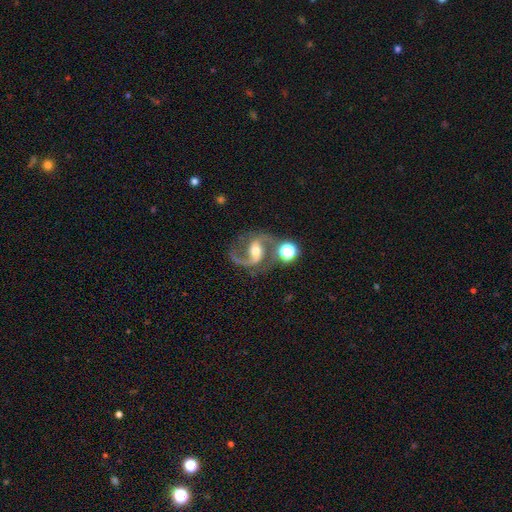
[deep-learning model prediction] Smooth or featured? featured or disk (89%)
Edge-on disk? no (98%)
Bar? weak (39%)
Spiral arms? yes (97%)
Spiral winding? medium (55%)
Spiral arm count? 2 (92%)
Bulge size? moderate (65%)
Merging? none (69%)